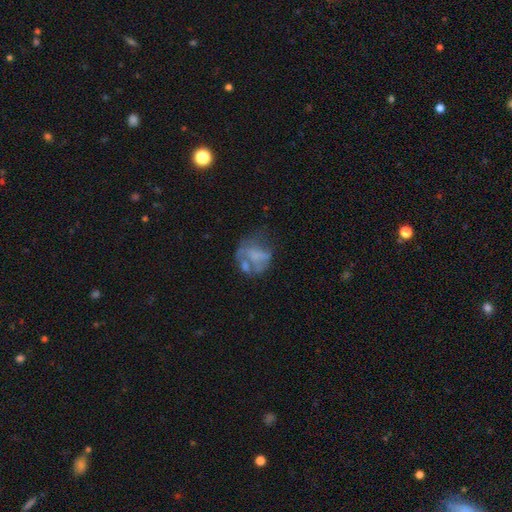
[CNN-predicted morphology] smooth-or-featured: featured or disk: 49% | smooth: 39% | star or artifact: 12%
  merging: major disturbance: 34% | none: 30% | minor disturbance: 21% | merger: 16%